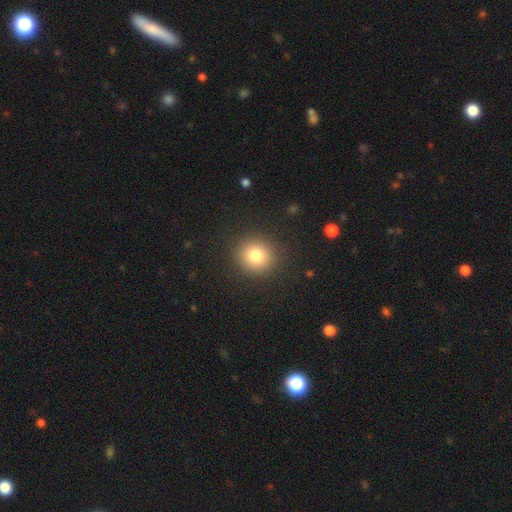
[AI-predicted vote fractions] A smooth galaxy with no disk features (81%) that is round (88%). Merging: none (90%).